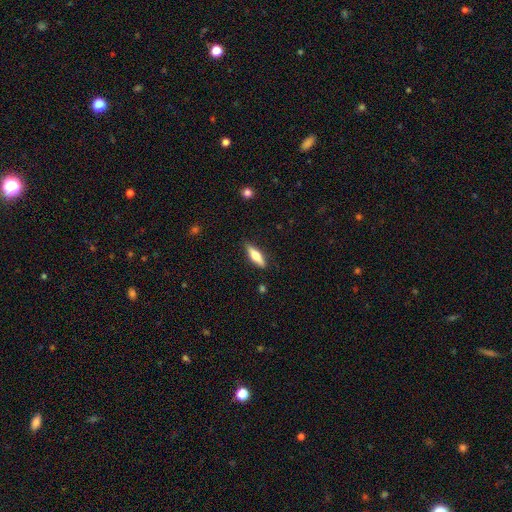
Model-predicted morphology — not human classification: Overall: smooth (56%; featured or disk 38%). How rounded: cigar-shaped (58%; in between 40%). Merging: none (87%).